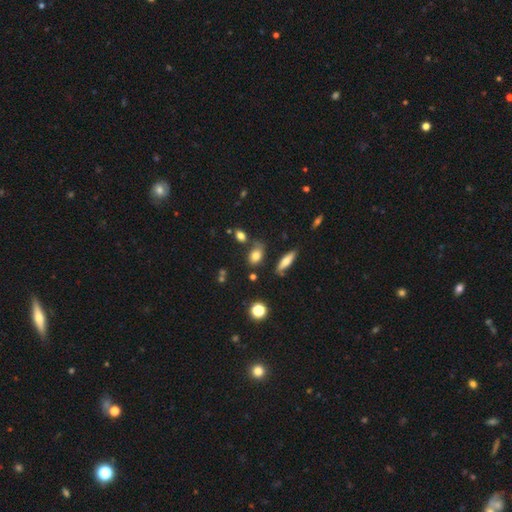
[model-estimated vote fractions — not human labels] smooth-or-featured: smooth: 77% | star or artifact: 12% | featured or disk: 11%
  how-rounded: in between: 72% | round: 23% | cigar-shaped: 5%
  merging: none: 64% | minor disturbance: 18% | merger: 12% | major disturbance: 6%